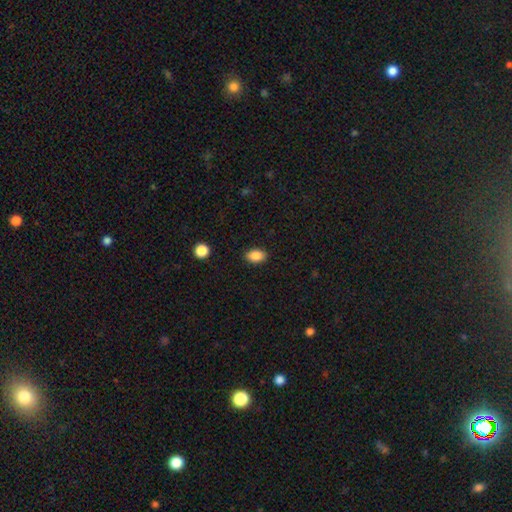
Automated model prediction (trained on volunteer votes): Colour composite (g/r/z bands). It shows a smooth galaxy with no disk features (87%) that is in between round and cigar-shaped (87%). Merging: none (88%).